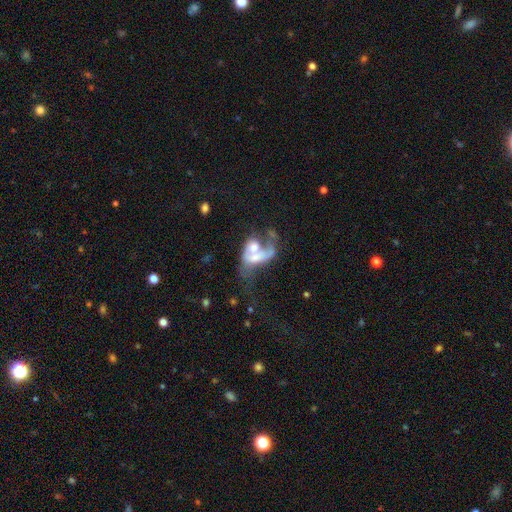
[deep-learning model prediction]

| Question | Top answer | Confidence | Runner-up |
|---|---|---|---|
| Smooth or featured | featured or disk | 56% | smooth (35%) |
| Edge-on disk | no | 96% | yes (4%) |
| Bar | no | 77% | weak (17%) |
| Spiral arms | no | 59% | yes (41%) |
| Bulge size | moderate | 49% | small (20%) |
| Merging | merger | 58% | major disturbance (25%) |